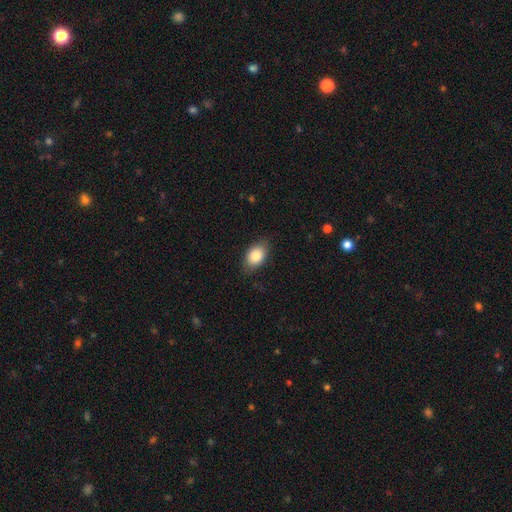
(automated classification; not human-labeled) smooth_or_featured: smooth (p=0.84) [alt: featured or disk p=0.09]
how_rounded: in between (p=0.86) [alt: round p=0.12]
merging: none (p=0.81) [alt: minor disturbance p=0.15]